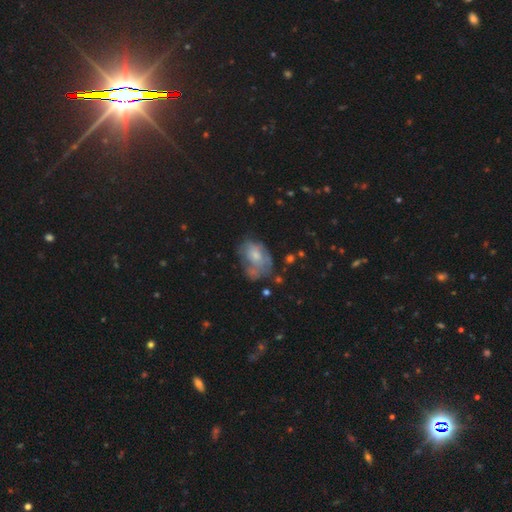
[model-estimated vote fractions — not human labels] smooth-or-featured: smooth: 52% | featured or disk: 39% | star or artifact: 9%
  how-rounded: in between: 76% | round: 22% | cigar-shaped: 1%
  merging: none: 38% | minor disturbance: 30% | major disturbance: 26% | merger: 6%